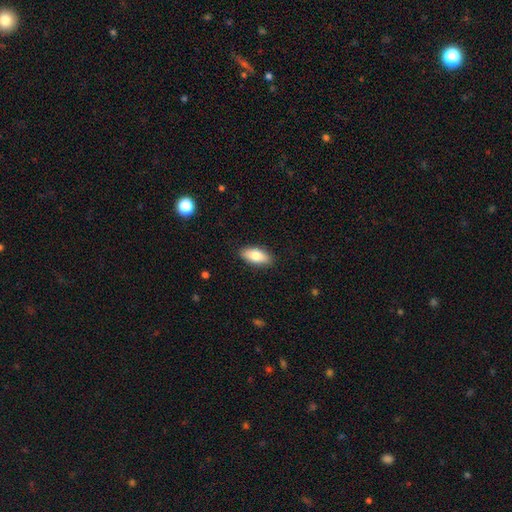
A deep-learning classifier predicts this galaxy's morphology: A smooth galaxy with no disk features (79%) that is in between round and cigar-shaped (86%).

Vote fractions:
- Smooth or featured? smooth: 79% / featured or disk: 15% / star or artifact: 6%
- How rounded? in between: 86% / cigar-shaped: 11% / round: 3%
- Merging? none: 88% / minor disturbance: 9% / major disturbance: 2% / merger: 1%